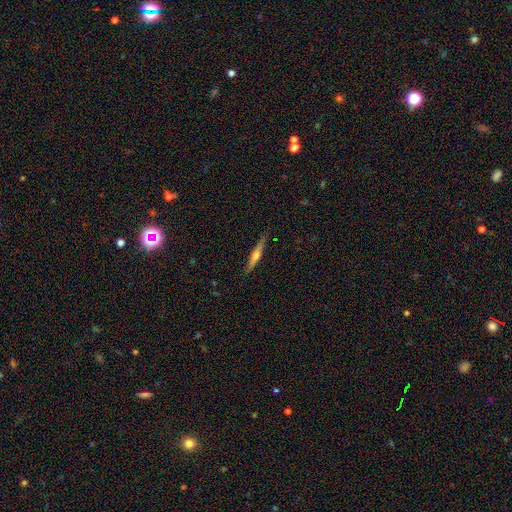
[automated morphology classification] This appears to be a featured or disk galaxy (60%) viewed edge-on (97%) with a rounded central bulge (84%). Merging: none (89%).